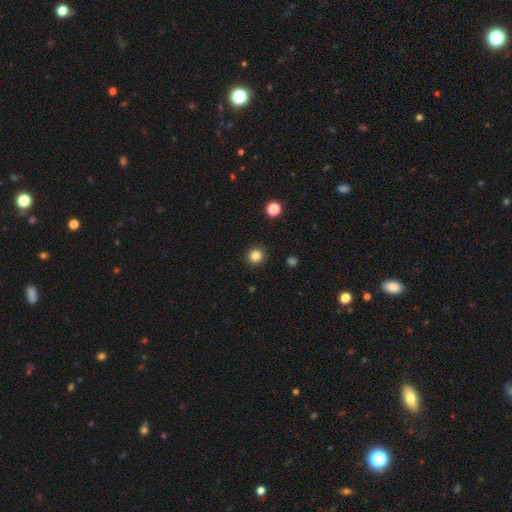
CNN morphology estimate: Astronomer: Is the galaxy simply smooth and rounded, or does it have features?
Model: smooth — 84%.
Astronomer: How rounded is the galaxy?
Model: round — 90%.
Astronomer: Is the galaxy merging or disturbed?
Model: none — 92%.